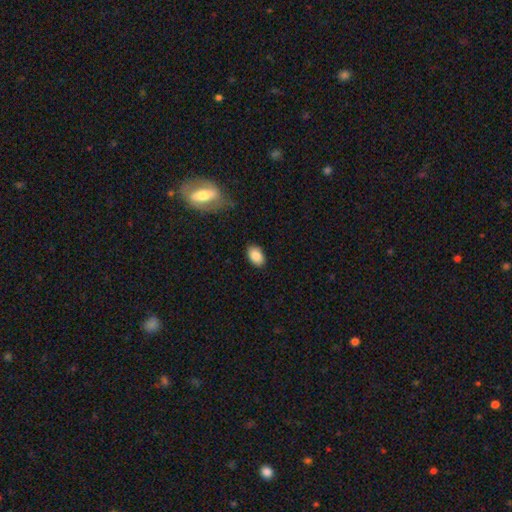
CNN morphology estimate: smooth-or-featured: smooth: 86% | star or artifact: 8% | featured or disk: 6%
  how-rounded: in between: 88% | round: 10% | cigar-shaped: 1%
  merging: none: 88% | minor disturbance: 9% | major disturbance: 2% | merger: 1%